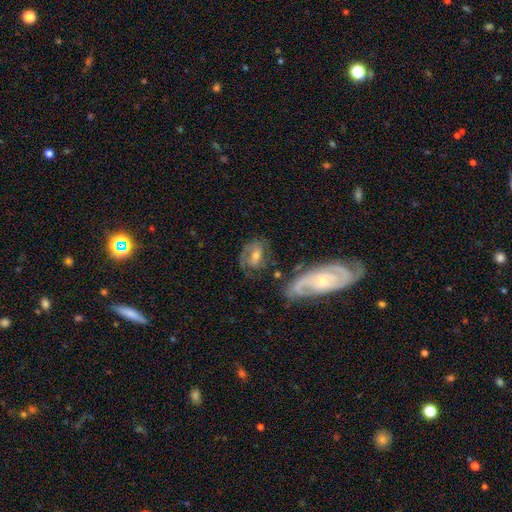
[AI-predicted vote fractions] smooth-or-featured: featured or disk: 71% | smooth: 21% | star or artifact: 8%
  disk-edge-on: no: 94% | yes: 6%
    bar: weak: 43% | no: 42% | strong: 16%
    has-spiral-arms: yes: 87% | no: 13%
      spiral-winding: medium: 43% | tight: 40% | loose: 17%
      spiral-arm-count: 2: 65% | can't tell: 17% | 1: 9% | 3: 5% | 4: 2% | more than 4: 2%
    bulge-size: moderate: 54% | small: 39% | large: 4% | none: 2% | dominant: 1%
  merging: none: 61% | minor disturbance: 19% | major disturbance: 13% | merger: 7%